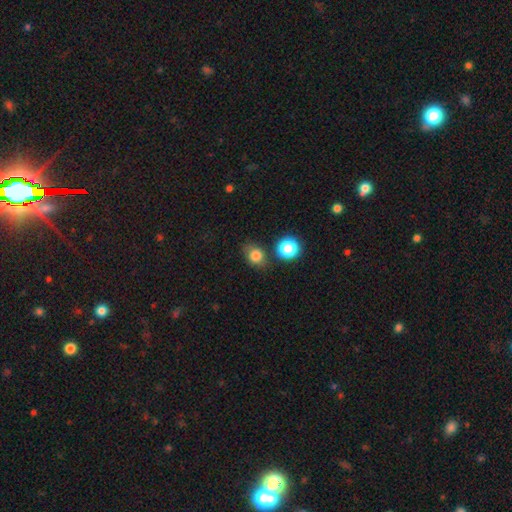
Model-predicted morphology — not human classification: smooth_or_featured: smooth (p=0.79) [alt: star or artifact p=0.12]
how_rounded: round (p=0.53) [alt: in between p=0.46]
merging: none (p=0.70) [alt: minor disturbance p=0.16]